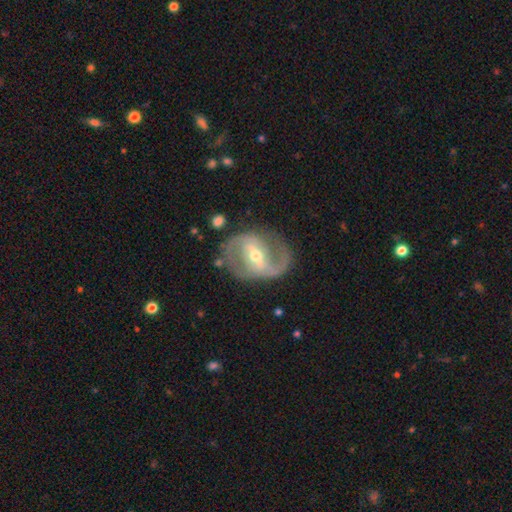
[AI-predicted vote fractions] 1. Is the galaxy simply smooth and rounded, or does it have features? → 86% featured or disk, 8% smooth, 5% star or artifact.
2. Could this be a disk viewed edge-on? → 96% no, 4% yes.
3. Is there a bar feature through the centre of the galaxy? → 50% strong, 36% weak, 14% no.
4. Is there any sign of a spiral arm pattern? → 90% yes, 10% no.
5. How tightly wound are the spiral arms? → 50% medium, 26% loose, 24% tight.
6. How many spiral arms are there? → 85% 2, 6% 1, 6% can't tell, 2% 3, 1% 4, 1% more than 4.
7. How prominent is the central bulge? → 55% moderate, 40% small, 3% large, 1% none, 1% dominant.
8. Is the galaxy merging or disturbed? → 74% none, 16% minor disturbance, 8% major disturbance, 2% merger.